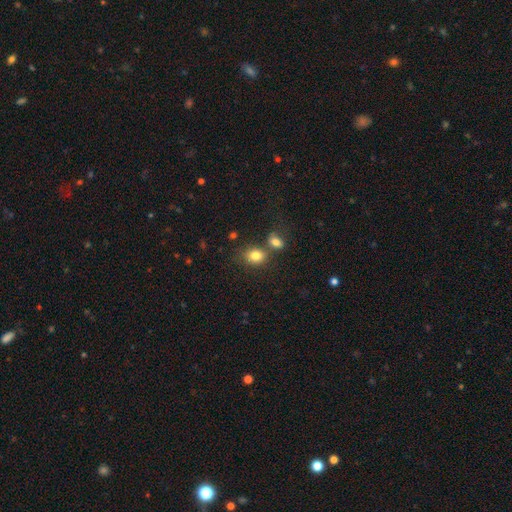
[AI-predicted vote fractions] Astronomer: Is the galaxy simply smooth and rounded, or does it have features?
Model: smooth — 82%.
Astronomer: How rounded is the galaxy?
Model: in between — 61% (runner-up: round, 38%).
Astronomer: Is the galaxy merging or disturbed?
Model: none — 55%.